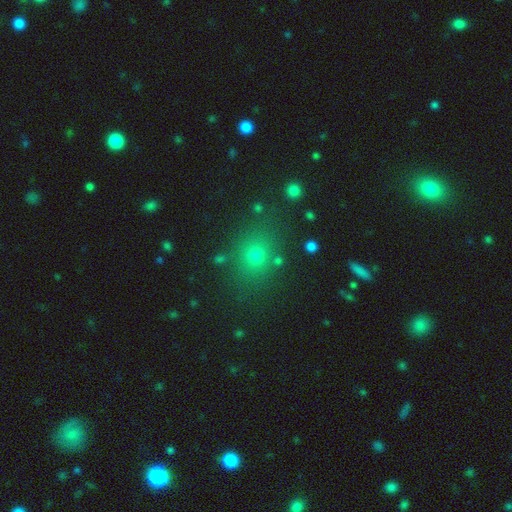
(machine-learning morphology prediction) smooth-or-featured: smooth: 67% | star or artifact: 23% | featured or disk: 10%
  how-rounded: round: 68% | in between: 30% | cigar-shaped: 1%
  merging: none: 83% | minor disturbance: 10% | major disturbance: 4% | merger: 4%